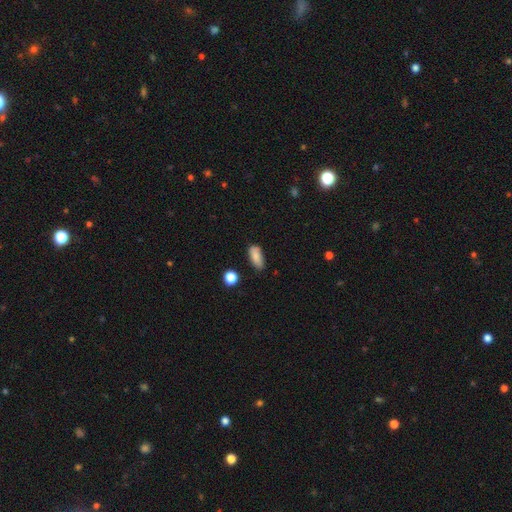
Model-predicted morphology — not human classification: Smooth or featured? Predicted: smooth (p=0.85). How rounded? Predicted: in between (p=0.83). Merging? Predicted: none (p=0.73).